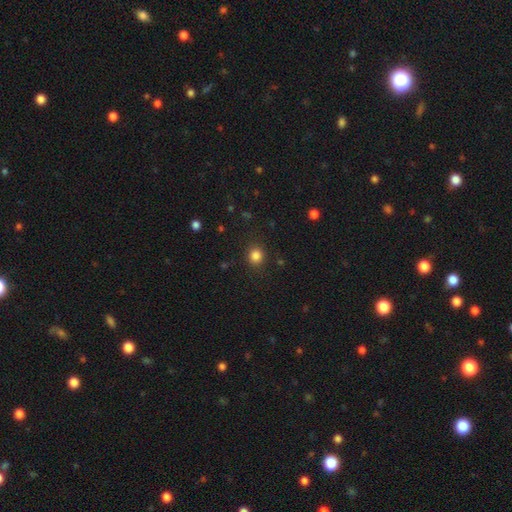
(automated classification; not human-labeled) A smooth galaxy with no disk features (84%) that is round (83%).

Vote fractions:
- Smooth or featured? smooth: 84% / star or artifact: 12% / featured or disk: 4%
- How rounded? round: 83% / in between: 16% / cigar-shaped: 1%
- Merging? none: 88% / minor disturbance: 8% / major disturbance: 3% / merger: 1%